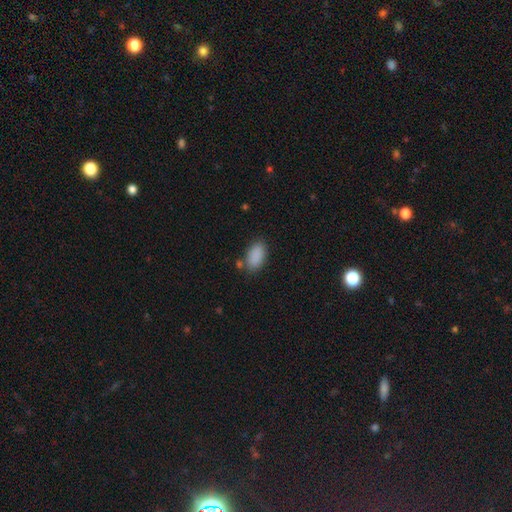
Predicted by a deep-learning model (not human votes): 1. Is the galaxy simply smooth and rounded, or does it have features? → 88% smooth, 8% star or artifact, 4% featured or disk.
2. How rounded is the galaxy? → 93% in between, 4% round, 3% cigar-shaped.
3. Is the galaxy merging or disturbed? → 76% none, 15% minor disturbance, 6% merger, 4% major disturbance.